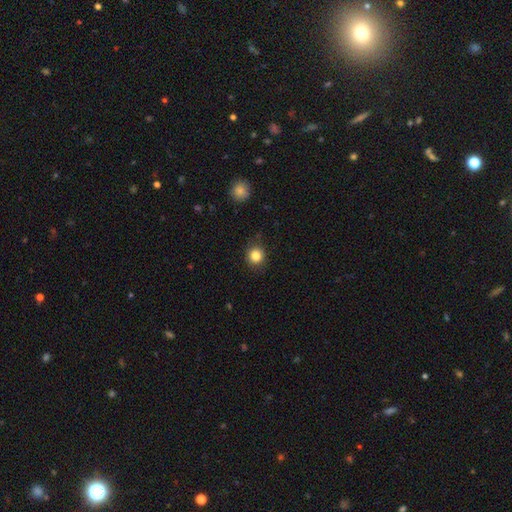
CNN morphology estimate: A smooth galaxy with no disk features (85%) that is round (87%).

Vote fractions:
- Smooth or featured? smooth: 85% / star or artifact: 10% / featured or disk: 5%
- How rounded? round: 87% / in between: 12% / cigar-shaped: 1%
- Merging? none: 86% / minor disturbance: 10% / major disturbance: 3% / merger: 1%